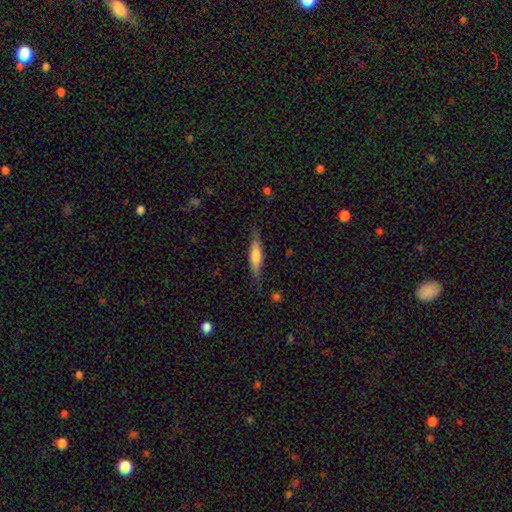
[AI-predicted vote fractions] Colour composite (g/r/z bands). It shows a smooth galaxy with no disk features (58%) that is cigar-shaped (77%). Merging: none (81%).